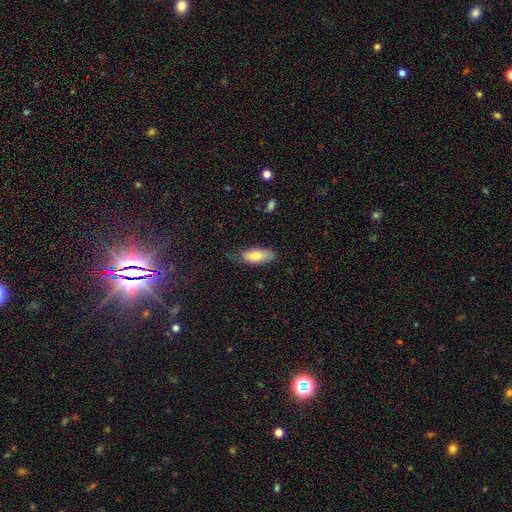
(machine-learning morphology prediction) Overall: smooth (77%). How rounded: in between (77%). Merging: none (70%).